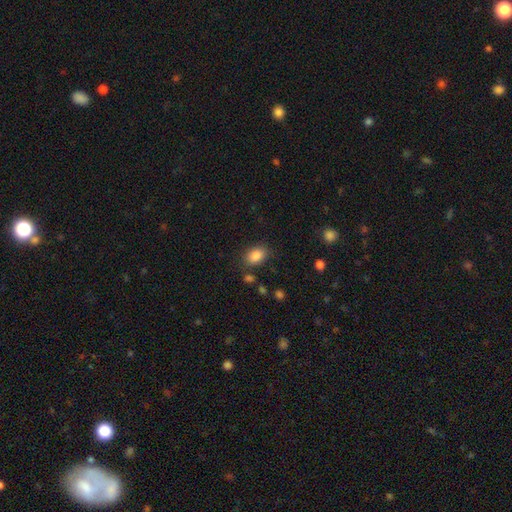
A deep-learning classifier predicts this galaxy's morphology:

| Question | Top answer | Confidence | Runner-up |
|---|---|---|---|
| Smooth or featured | smooth | 85% | star or artifact (9%) |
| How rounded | in between | 82% | round (17%) |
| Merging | none | 81% | minor disturbance (12%) |